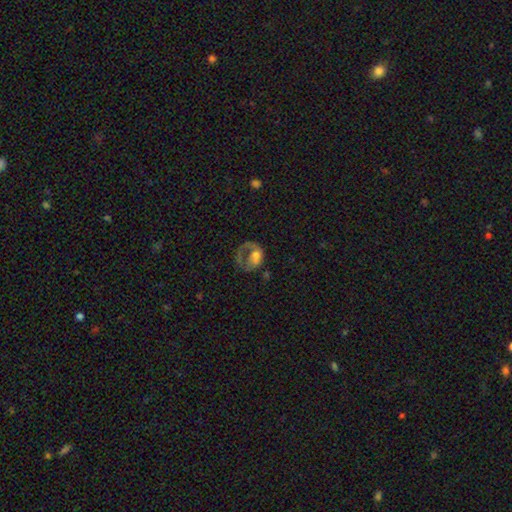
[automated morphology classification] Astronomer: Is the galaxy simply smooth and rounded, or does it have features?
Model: featured or disk — 47% (runner-up: smooth, 42%).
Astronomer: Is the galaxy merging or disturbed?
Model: major disturbance — 53%.